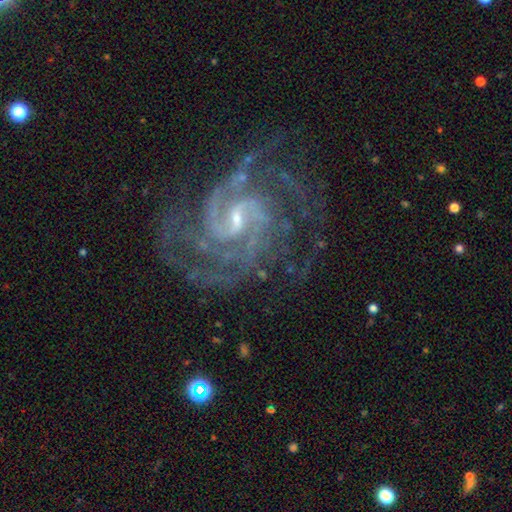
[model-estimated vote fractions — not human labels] Overall: featured or disk (93%). Edge-on disk: no (98%). Bar: weak (58%; no 21%). Spiral arms: yes (99%). Spiral arm count: 2 (39%; 3 21%). Spiral winding: medium (48%; tight 44%). Bulge size: small (72%). Merging: none (69%).